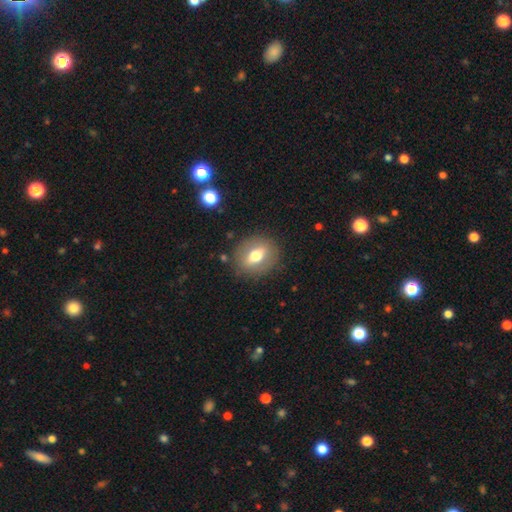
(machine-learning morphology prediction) smooth-or-featured: smooth: 56% | featured or disk: 36% | star or artifact: 8%
  how-rounded: round: 49% | in between: 47% | cigar-shaped: 4%
  merging: none: 85% | minor disturbance: 10% | major disturbance: 4% | merger: 1%